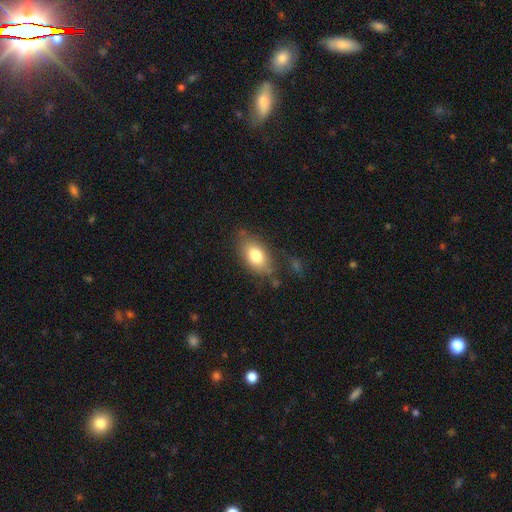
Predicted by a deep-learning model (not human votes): Smooth or featured: smooth — 78% (featured or disk — 15%)
How rounded: in between — 89% (round — 8%)
Merging: none — 71% (minor disturbance — 19%)